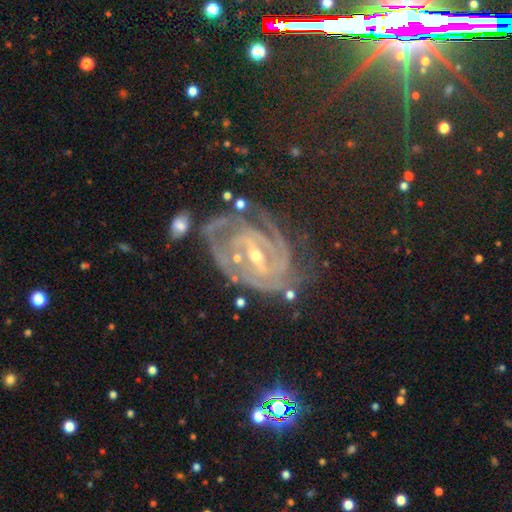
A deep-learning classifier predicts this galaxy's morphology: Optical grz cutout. It shows a featured or disk galaxy (77%) with a weak bar (47%), tight (72%) spiral arms (94%) and a small central bulge (63%). Merging: none (61%).